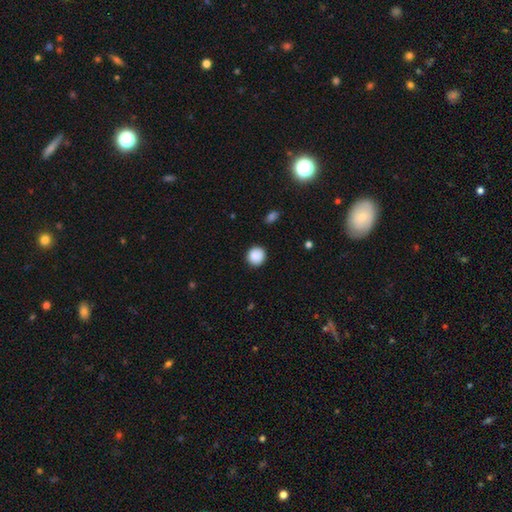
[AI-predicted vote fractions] This is clearly a smooth galaxy (89%). How rounded: clearly round (92%). Merging: clearly none (90%).